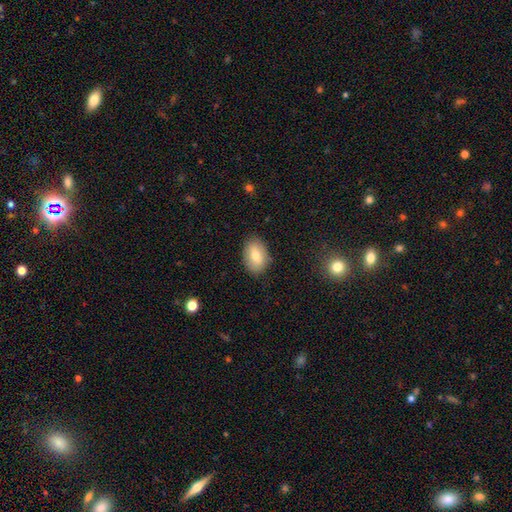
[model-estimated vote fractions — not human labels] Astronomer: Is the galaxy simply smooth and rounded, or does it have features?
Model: smooth — 75%.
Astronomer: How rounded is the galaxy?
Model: in between — 87%.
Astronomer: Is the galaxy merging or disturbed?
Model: none — 84%.